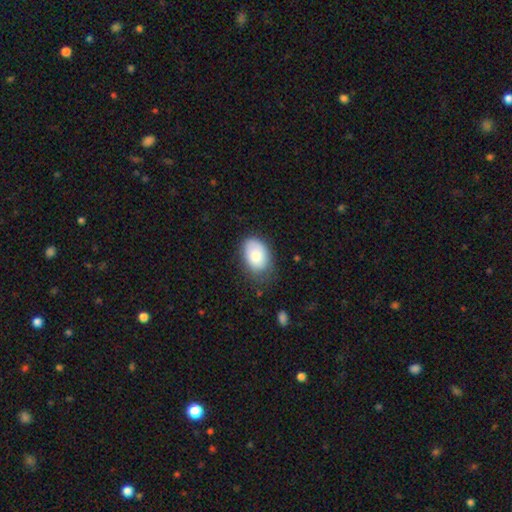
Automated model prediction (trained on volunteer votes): Smooth or featured? Predicted: smooth (p=0.83). How rounded? Predicted: in between (p=0.86). Merging? Predicted: none (p=0.62).